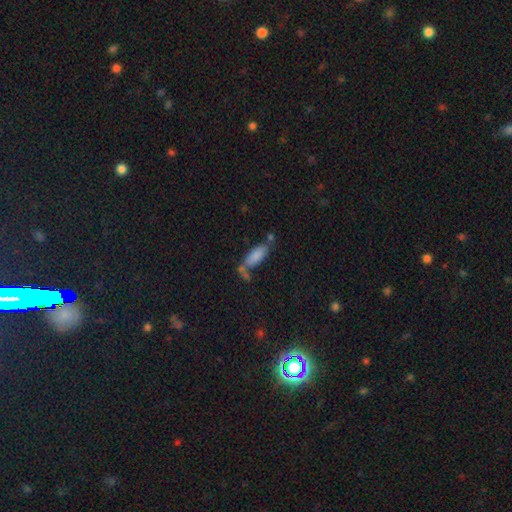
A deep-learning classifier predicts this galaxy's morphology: smooth-or-featured: smooth: 81% | featured or disk: 11% | star or artifact: 8%
  how-rounded: in between: 71% | cigar-shaped: 27% | round: 2%
  merging: none: 50% | merger: 22% | minor disturbance: 20% | major disturbance: 7%